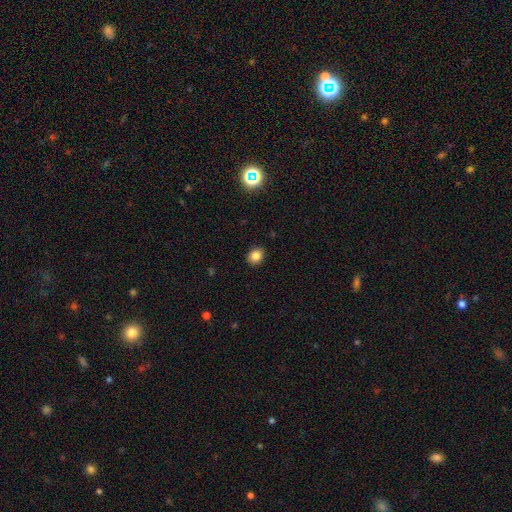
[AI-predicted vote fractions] Morphology: type=smooth (82%); roundness=round (58%); merging=none (89%).